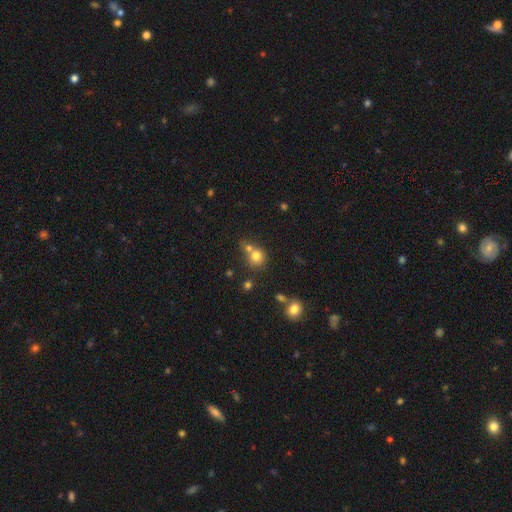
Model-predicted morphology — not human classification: A smooth galaxy with no disk features (76%) that is round (83%).

Vote fractions:
- Smooth or featured? smooth: 76% / star or artifact: 14% / featured or disk: 10%
- How rounded? round: 83% / in between: 16% / cigar-shaped: 1%
- Merging? none: 45% / merger: 43% / minor disturbance: 9% / major disturbance: 4%